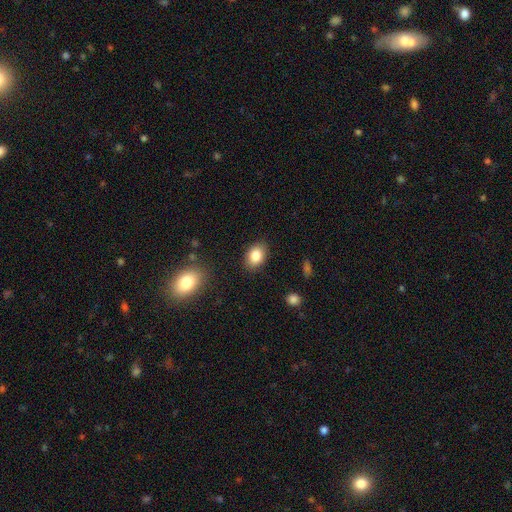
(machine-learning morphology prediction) The model was most divided on "how rounded": in between: 77%, round: 22%, cigar-shaped: 1%. More confident: merging — none (86%); smooth or featured — smooth (84%).